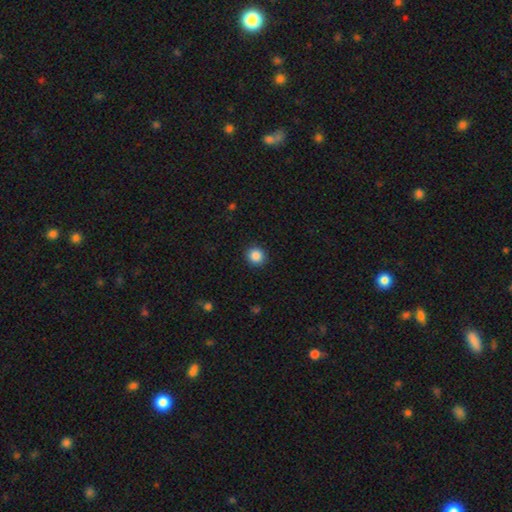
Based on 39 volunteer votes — Q: Smooth or featured?
A: smooth (90%); runner-up: star or artifact (10%)
Q: How rounded?
A: round (86%); runner-up: in between (11%)
Q: Merging?
A: none (86%); runner-up: minor disturbance (9%)